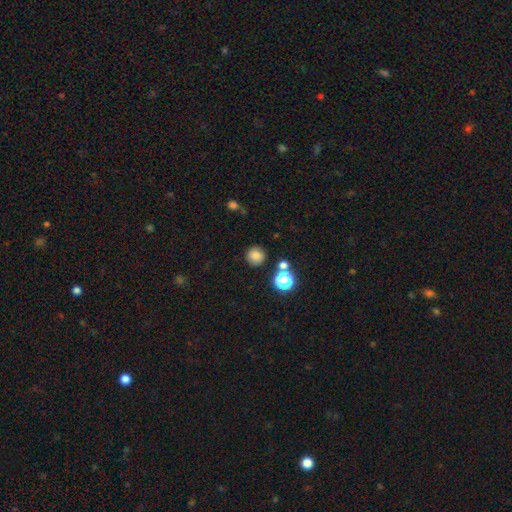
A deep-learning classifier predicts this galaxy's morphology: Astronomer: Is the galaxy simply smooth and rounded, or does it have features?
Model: smooth — 80%.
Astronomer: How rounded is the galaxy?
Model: round — 93%.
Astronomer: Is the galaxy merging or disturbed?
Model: none — 83%.